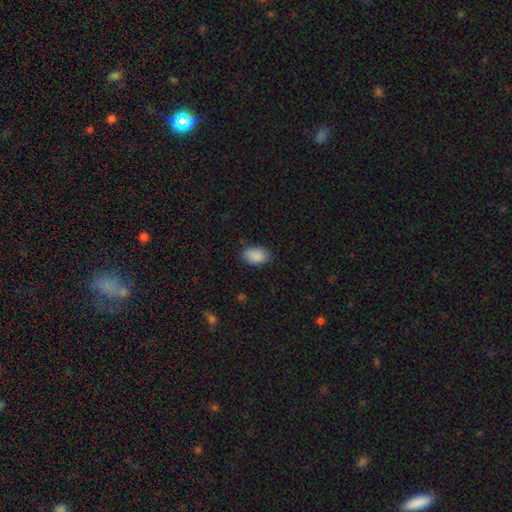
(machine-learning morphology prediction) Q: Smooth or featured?
A: smooth (89%); runner-up: star or artifact (7%)
Q: How rounded?
A: in between (90%); runner-up: round (8%)
Q: Merging?
A: none (82%); runner-up: minor disturbance (14%)